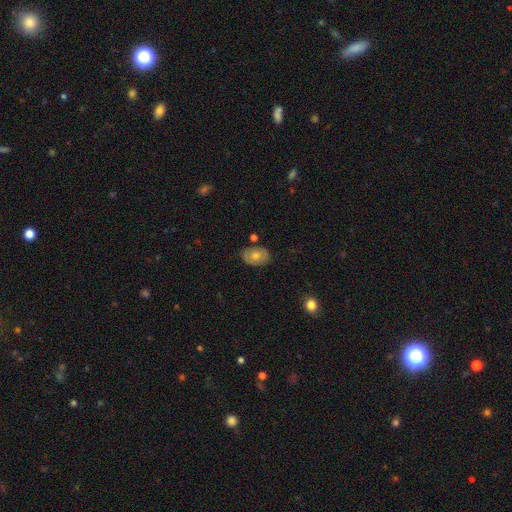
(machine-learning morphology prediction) Smooth or featured: smooth — 55% (featured or disk — 36%)
How rounded: in between — 79% (round — 20%)
Merging: none — 79% (minor disturbance — 15%)